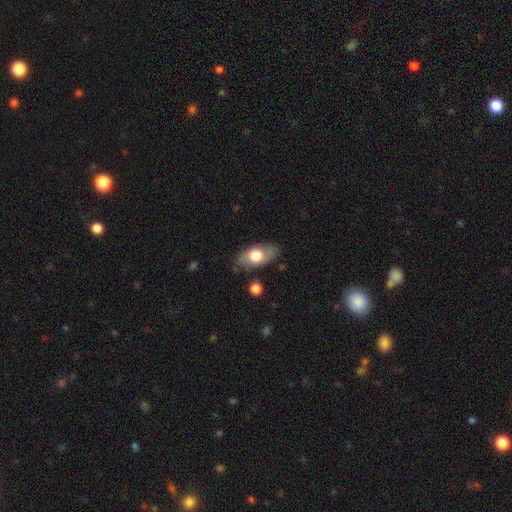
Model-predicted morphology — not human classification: smooth-or-featured: smooth: 63% | featured or disk: 31% | star or artifact: 6%
  how-rounded: in between: 89% | round: 6% | cigar-shaped: 5%
  merging: none: 77% | minor disturbance: 17% | major disturbance: 4% | merger: 2%